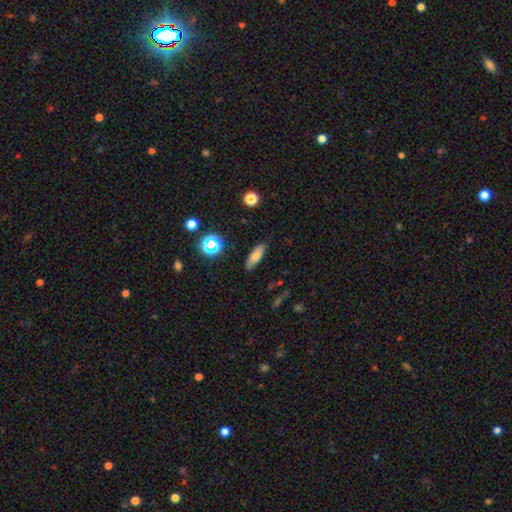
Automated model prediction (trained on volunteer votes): The model was most divided on "how rounded": in between: 59%, cigar-shaped: 37%, round: 5%. More confident: merging — none (84%); smooth or featured — smooth (73%).